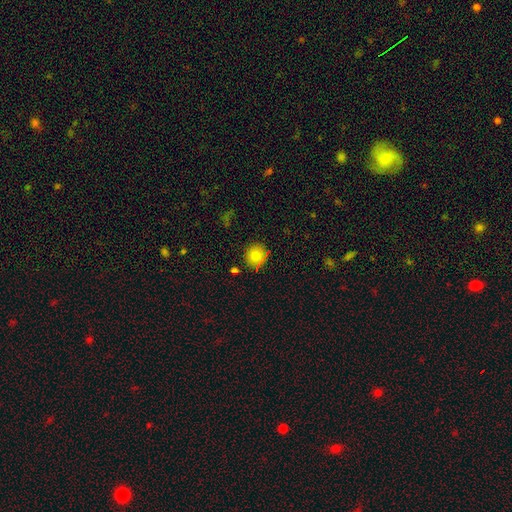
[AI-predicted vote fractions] Overall: smooth (76%). How rounded: round (89%). Merging: none (83%).